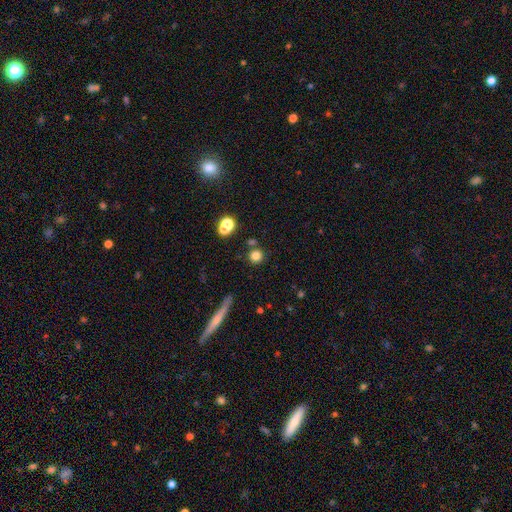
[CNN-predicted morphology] A smooth galaxy with no disk features (79%) that is round (92%).

Vote fractions:
- Smooth or featured? smooth: 79% / star or artifact: 14% / featured or disk: 7%
- How rounded? round: 92% / in between: 6% / cigar-shaped: 2%
- Merging? none: 79% / merger: 10% / minor disturbance: 8% / major disturbance: 3%